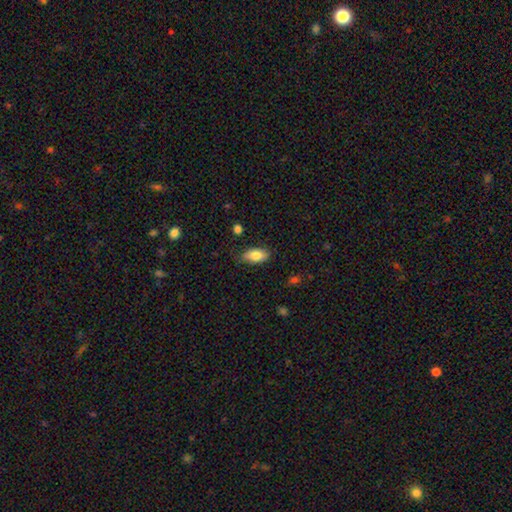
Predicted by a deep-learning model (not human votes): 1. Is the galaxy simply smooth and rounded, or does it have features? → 80% smooth, 13% featured or disk, 7% star or artifact.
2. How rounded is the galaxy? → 90% in between, 6% cigar-shaped, 4% round.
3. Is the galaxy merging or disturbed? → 78% none, 17% minor disturbance, 3% major disturbance, 1% merger.